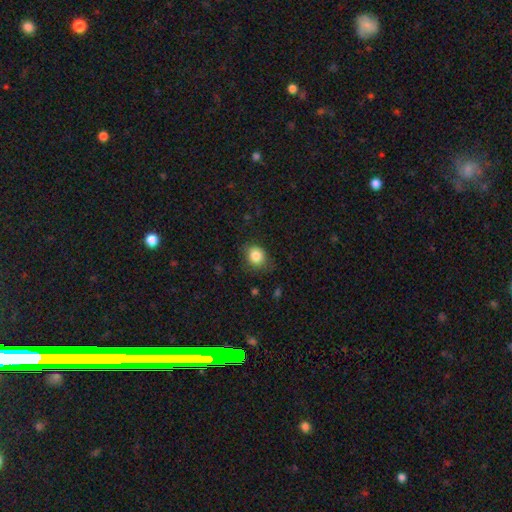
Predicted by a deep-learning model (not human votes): smooth_or_featured: smooth (p=0.85) [alt: star or artifact p=0.09]
how_rounded: round (p=0.64) [alt: in between p=0.36]
merging: none (p=0.74) [alt: minor disturbance p=0.20]